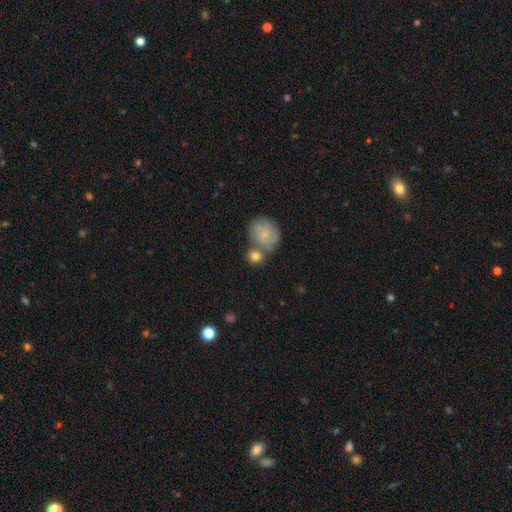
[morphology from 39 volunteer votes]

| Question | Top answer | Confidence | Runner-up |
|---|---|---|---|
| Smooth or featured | smooth | 79% | featured or disk (10%) |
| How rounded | round | 81% | in between (19%) |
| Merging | none | 40% | tied: merger (40%) |